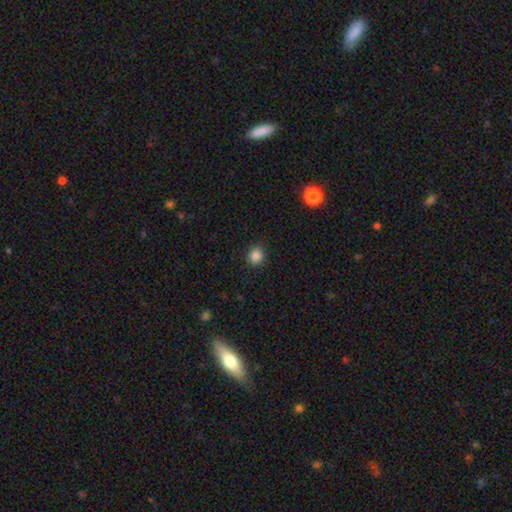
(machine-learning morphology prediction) A smooth galaxy with no disk features (87%) that is round (72%).

Vote fractions:
- Smooth or featured? smooth: 87% / star or artifact: 11% / featured or disk: 3%
- How rounded? round: 72% / in between: 27% / cigar-shaped: 1%
- Merging? none: 90% / minor disturbance: 7% / major disturbance: 2% / merger: 1%